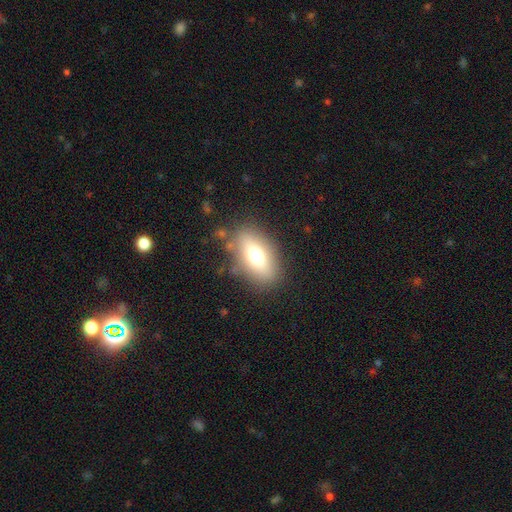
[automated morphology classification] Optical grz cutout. It shows a smooth galaxy with no disk features (70%) that is in between round and cigar-shaped (84%). Merging: none (80%).